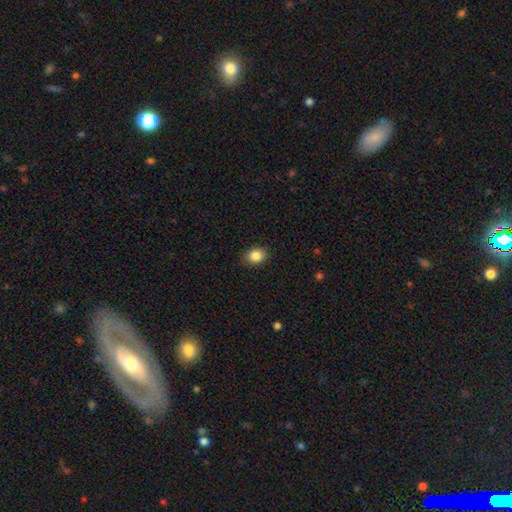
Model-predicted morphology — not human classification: Smooth or featured?
  - smooth: 87% *
  - star or artifact: 9%
  - featured or disk: 4%
How rounded?
  - in between: 66% *
  - round: 33%
  - cigar-shaped: 1%
Merging?
  - none: 86% *
  - minor disturbance: 10%
  - major disturbance: 2%
  - merger: 1%